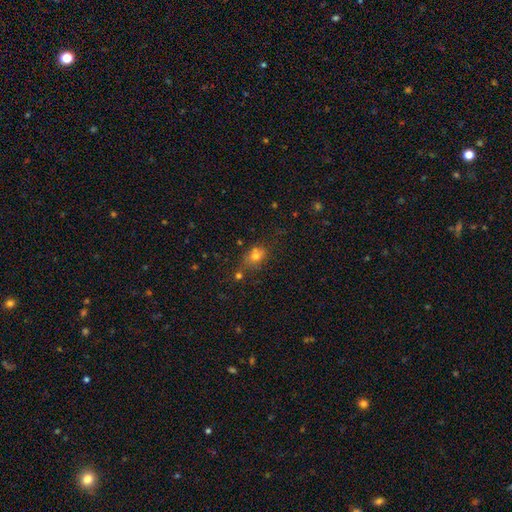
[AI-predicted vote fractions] A smooth galaxy with no disk features (70%) that is in between round and cigar-shaped (50%). Merging: none (53%).